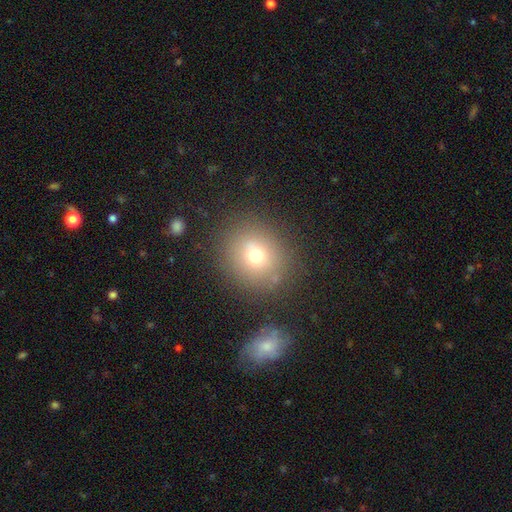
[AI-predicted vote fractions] Q: Smooth or featured?
A: smooth (71%); runner-up: featured or disk (15%)
Q: How rounded?
A: round (80%); runner-up: in between (19%)
Q: Merging?
A: none (78%); runner-up: minor disturbance (11%)